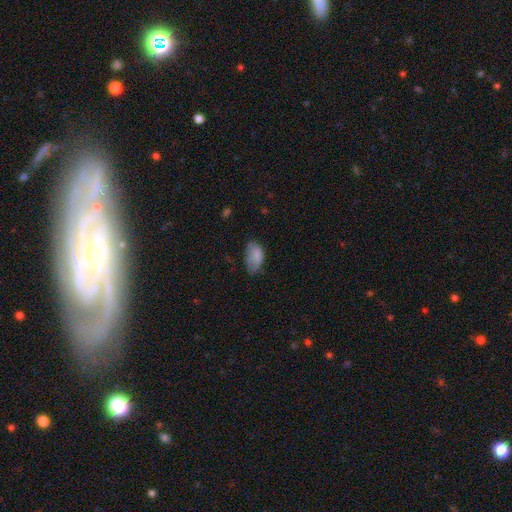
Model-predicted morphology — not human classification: smooth-or-featured: smooth: 79% | featured or disk: 13% | star or artifact: 8%
  how-rounded: in between: 93% | round: 5% | cigar-shaped: 2%
  merging: none: 46% | minor disturbance: 37% | major disturbance: 15% | merger: 2%